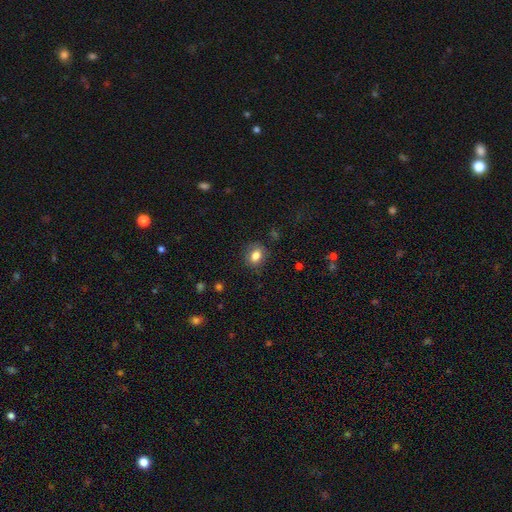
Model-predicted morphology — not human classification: Smooth or featured?
  - smooth: 82% *
  - star or artifact: 10%
  - featured or disk: 8%
How rounded?
  - round: 51% *
  - in between: 48%
  - cigar-shaped: 1%
Merging?
  - none: 82% *
  - minor disturbance: 13%
  - major disturbance: 4%
  - merger: 1%